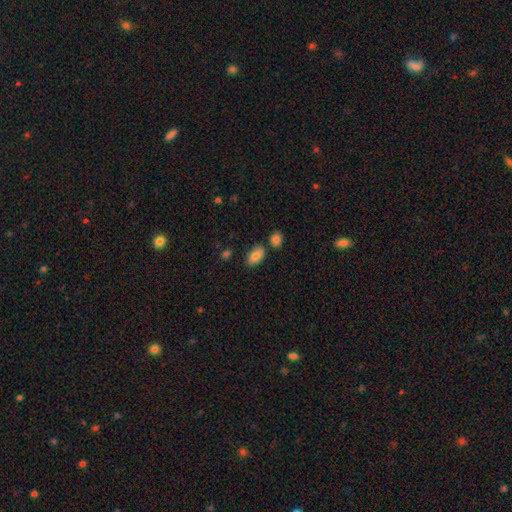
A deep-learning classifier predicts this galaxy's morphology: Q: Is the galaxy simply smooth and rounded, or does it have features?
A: smooth — 84%.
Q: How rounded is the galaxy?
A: in between — 92%.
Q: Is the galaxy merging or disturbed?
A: none — 74%.